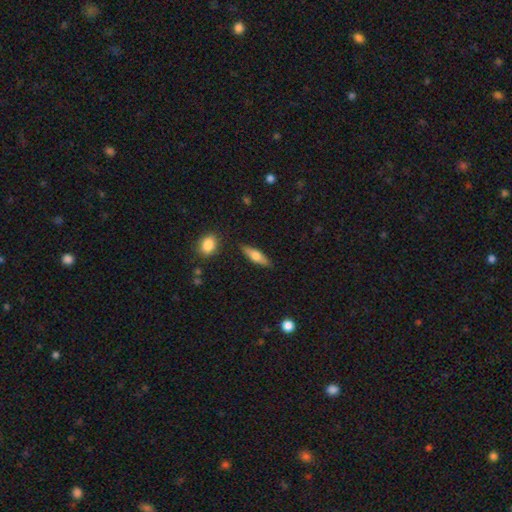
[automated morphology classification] This appears to be a smooth galaxy with no disk features (58%) that is cigar-shaped (53%). Merging: none (84%).